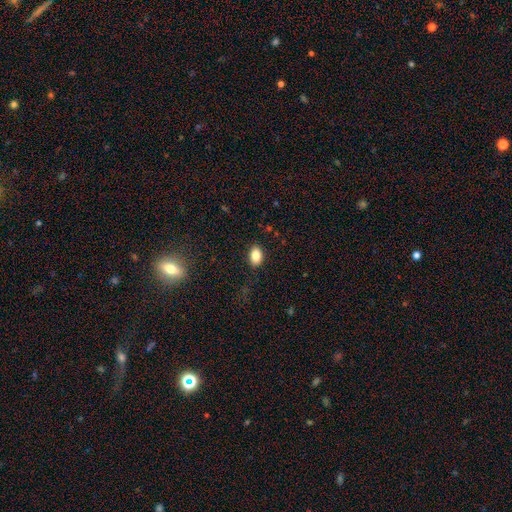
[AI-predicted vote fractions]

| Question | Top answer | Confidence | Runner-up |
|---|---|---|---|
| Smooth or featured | smooth | 84% | star or artifact (9%) |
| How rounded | in between | 84% | round (14%) |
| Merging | none | 88% | minor disturbance (9%) |